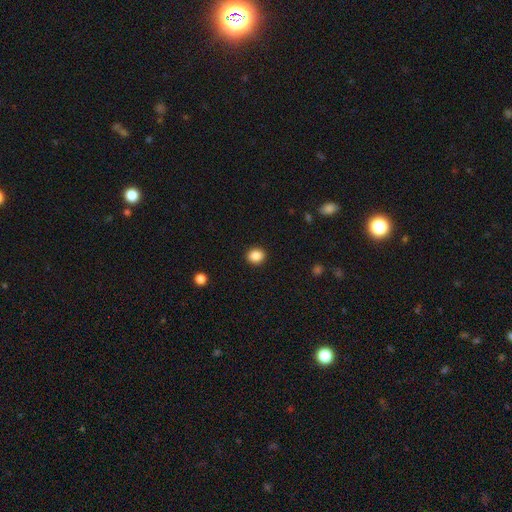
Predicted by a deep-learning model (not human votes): Overall: smooth (88%). How rounded: round (71%). Merging: none (92%).